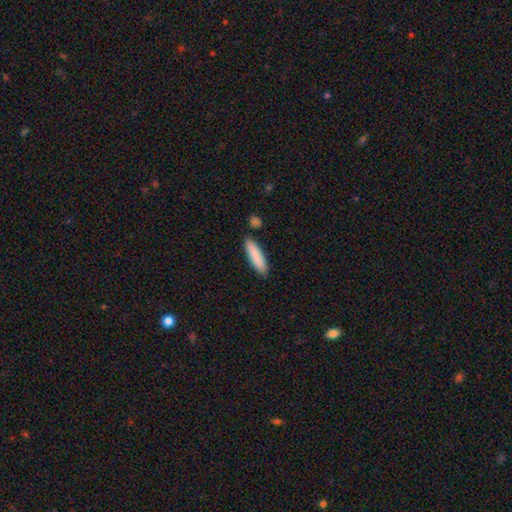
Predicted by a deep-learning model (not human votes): Smooth or featured?
  - smooth: 88% *
  - featured or disk: 7%
  - star or artifact: 5%
How rounded?
  - cigar-shaped: 68% *
  - in between: 30%
  - round: 2%
Merging?
  - none: 87% *
  - minor disturbance: 8%
  - merger: 3%
  - major disturbance: 2%